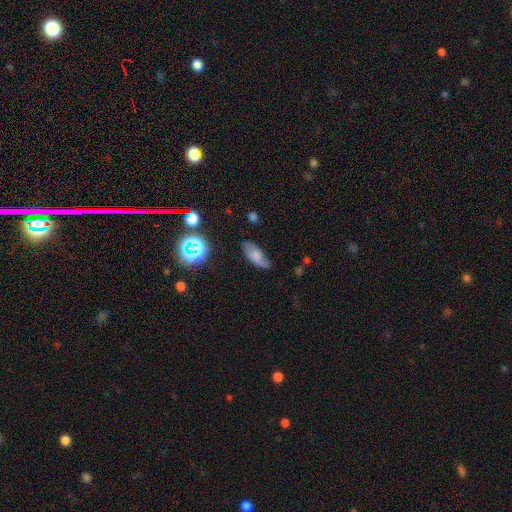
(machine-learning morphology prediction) This appears to be a smooth galaxy with no disk features (61%) that is in between round and cigar-shaped (82%). Merging: none (66%).